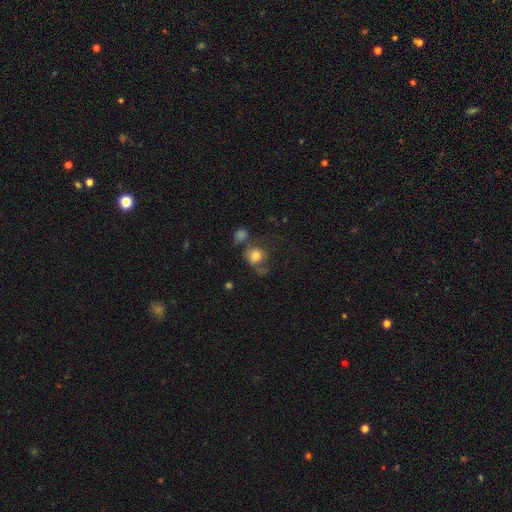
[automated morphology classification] This appears to be a smooth galaxy with no disk features (74%) that is round (74%). Merging: none (42%).